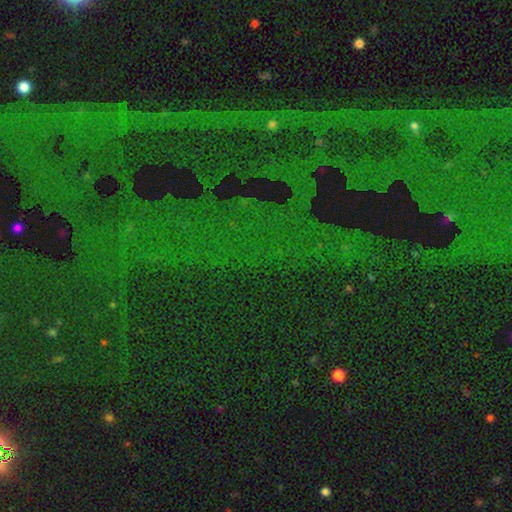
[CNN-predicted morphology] This appears to be a star or artifact, not a galaxy (85%).